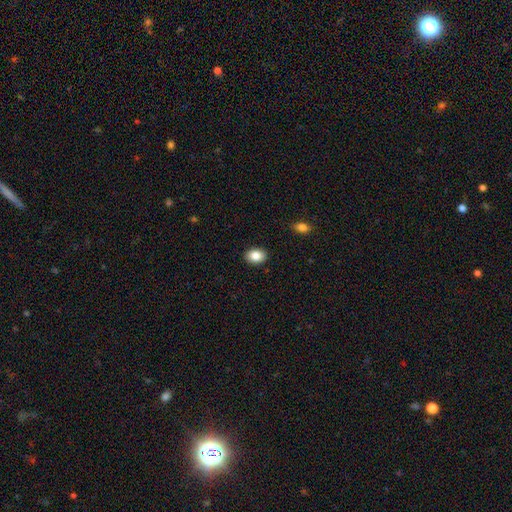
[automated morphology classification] The model was most divided on "how rounded": in between: 71%, round: 28%, cigar-shaped: 1%. More confident: merging — none (90%); smooth or featured — smooth (86%).